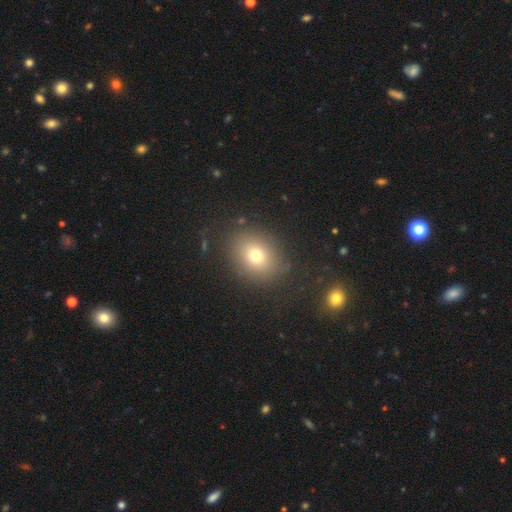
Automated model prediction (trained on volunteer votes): Smooth or featured? smooth (73%)
How rounded? round (55%)
Merging? none (82%)